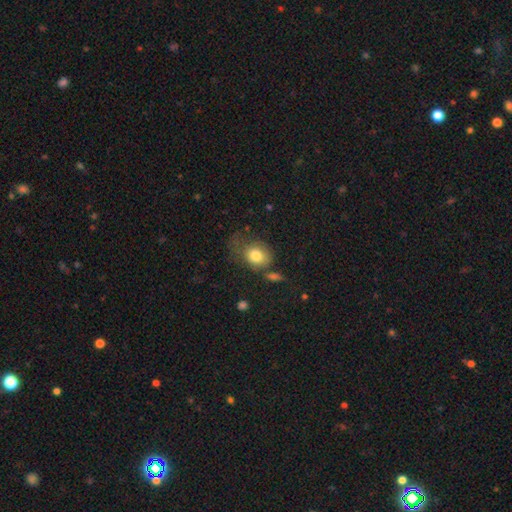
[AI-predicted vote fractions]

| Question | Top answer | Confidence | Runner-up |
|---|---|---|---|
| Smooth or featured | smooth | 79% | featured or disk (13%) |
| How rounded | round | 51% | in between (48%) |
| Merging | none | 39% | minor disturbance (27%) |